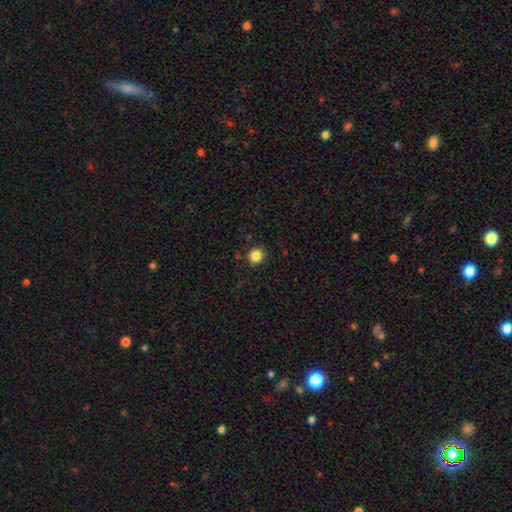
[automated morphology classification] Overall: smooth (84%). How rounded: round (90%). Merging: none (90%).